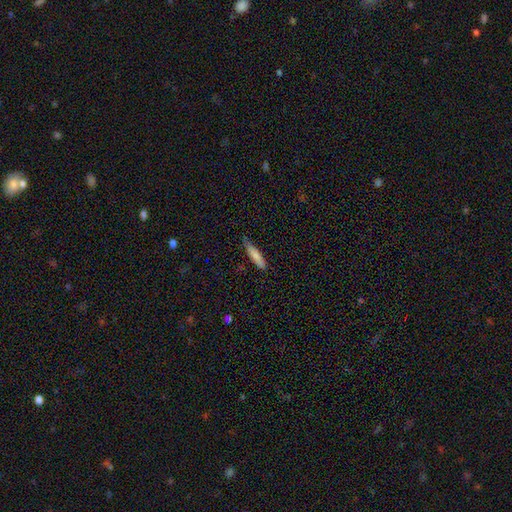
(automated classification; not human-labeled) A smooth galaxy with no disk features (78%) that is cigar-shaped (84%).

Vote fractions:
- Smooth or featured? smooth: 78% / featured or disk: 16% / star or artifact: 6%
- How rounded? cigar-shaped: 84% / in between: 15% / round: 1%
- Merging? none: 73% / minor disturbance: 22% / major disturbance: 3% / merger: 2%